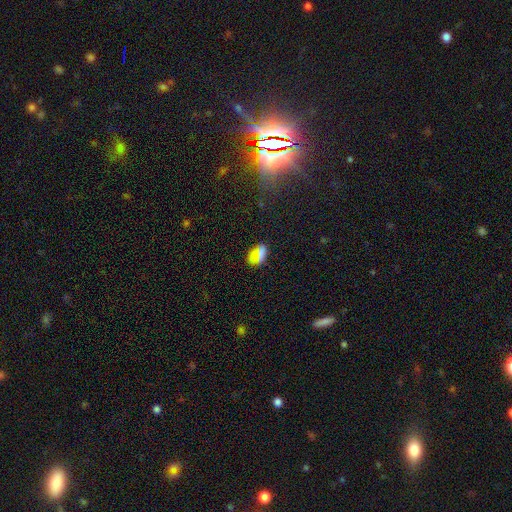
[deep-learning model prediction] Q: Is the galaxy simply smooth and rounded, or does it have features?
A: smooth — 68%.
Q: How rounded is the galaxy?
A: in between — 74%.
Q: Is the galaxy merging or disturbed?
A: none — 75%.